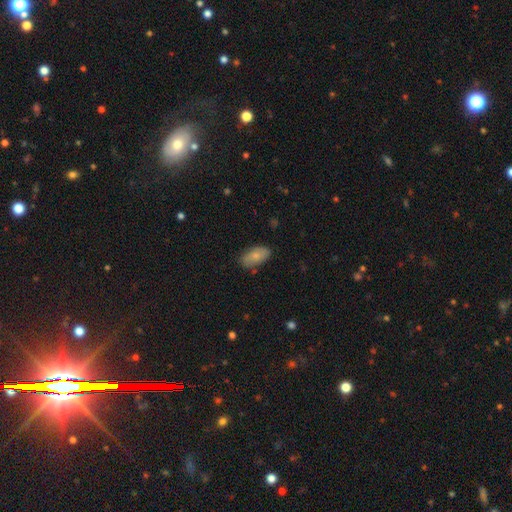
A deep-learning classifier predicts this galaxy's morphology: A smooth galaxy with no disk features (78%) that is in between round and cigar-shaped (92%).

Vote fractions:
- Smooth or featured? smooth: 78% / featured or disk: 15% / star or artifact: 7%
- How rounded? in between: 92% / cigar-shaped: 4% / round: 3%
- Merging? none: 78% / minor disturbance: 17% / major disturbance: 3% / merger: 2%